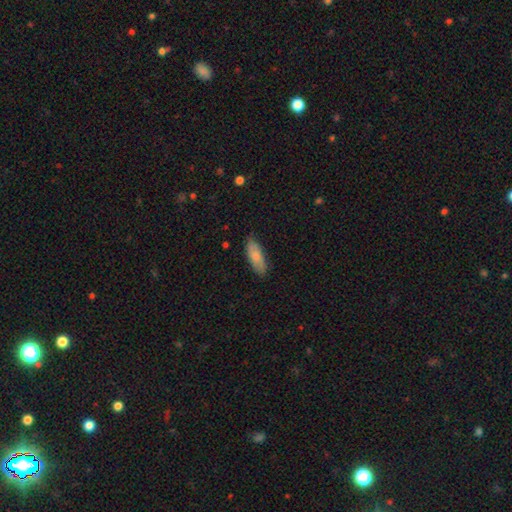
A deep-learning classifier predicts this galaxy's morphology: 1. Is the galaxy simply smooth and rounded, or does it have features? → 80% smooth, 14% featured or disk, 6% star or artifact.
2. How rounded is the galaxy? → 66% in between, 32% cigar-shaped, 2% round.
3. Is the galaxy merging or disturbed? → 83% none, 14% minor disturbance, 2% major disturbance, 1% merger.